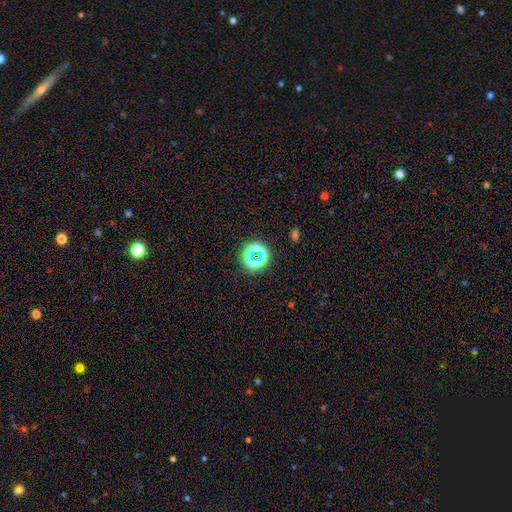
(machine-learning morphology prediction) Overall: star or artifact (61%; smooth 27%).